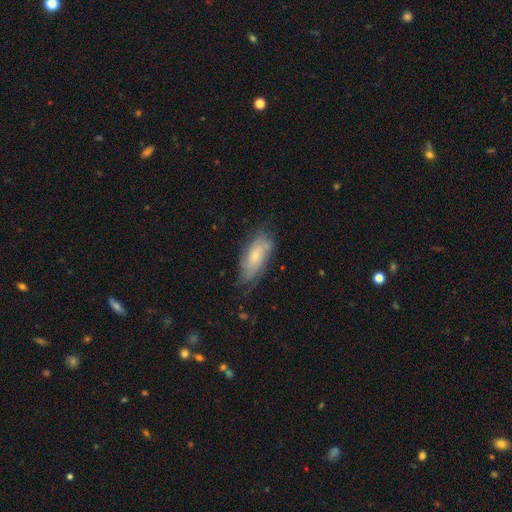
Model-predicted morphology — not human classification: Smooth or featured?
  - featured or disk: 56% *
  - smooth: 37%
  - star or artifact: 8%
Edge-on disk?
  - no: 88% *
  - yes: 12%
Merging?
  - none: 64% *
  - minor disturbance: 26%
  - major disturbance: 9%
  - merger: 2%